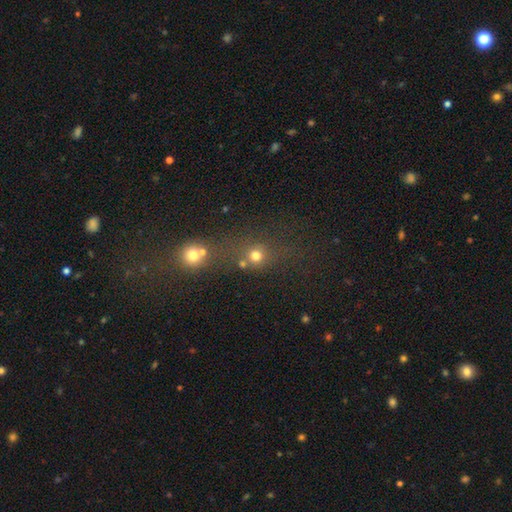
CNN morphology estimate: Smooth or featured? Predicted: smooth (p=0.72). How rounded? Predicted: round (p=0.86). Merging? Predicted: none (p=0.54).